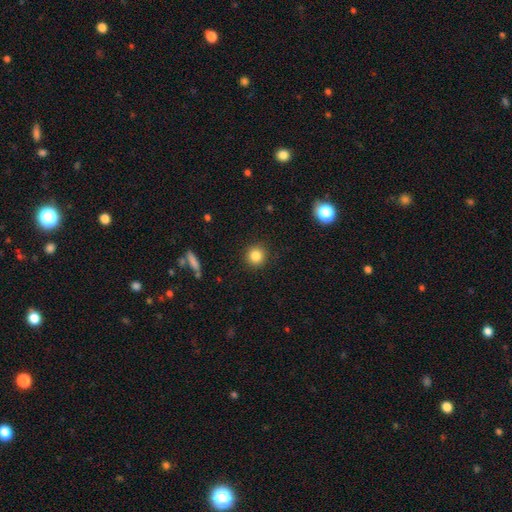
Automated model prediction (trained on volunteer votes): Morphology: type=smooth (84%); roundness=round (93%); merging=none (91%).